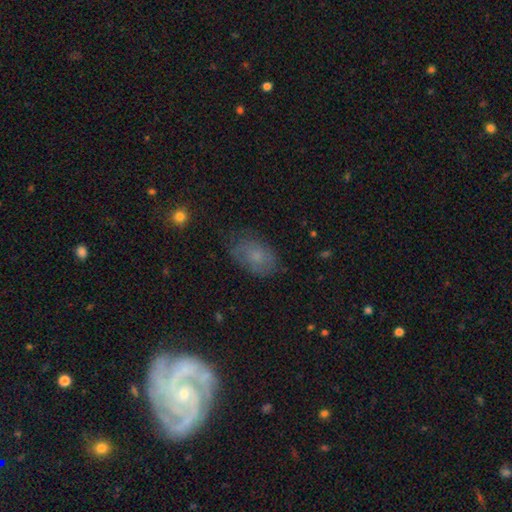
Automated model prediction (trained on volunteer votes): Smooth or featured?
  - smooth: 57% *
  - featured or disk: 29%
  - star or artifact: 14%
How rounded?
  - in between: 85% *
  - round: 13%
  - cigar-shaped: 2%
Merging?
  - none: 68% *
  - minor disturbance: 22%
  - major disturbance: 8%
  - merger: 2%